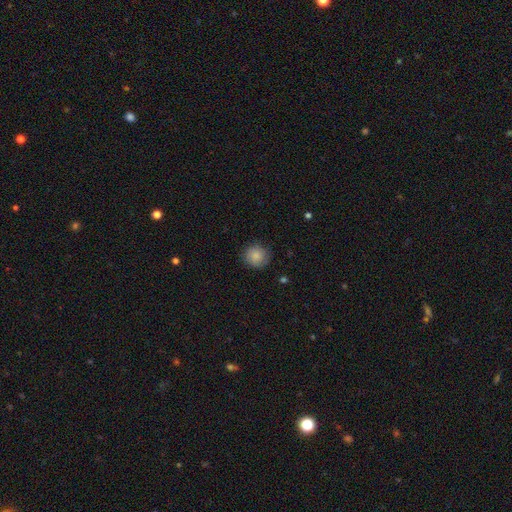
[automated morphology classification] smooth-or-featured: smooth: 85% | star or artifact: 8% | featured or disk: 6%
  how-rounded: round: 92% | in between: 7% | cigar-shaped: 1%
  merging: none: 85% | minor disturbance: 12% | major disturbance: 3% | merger: 1%